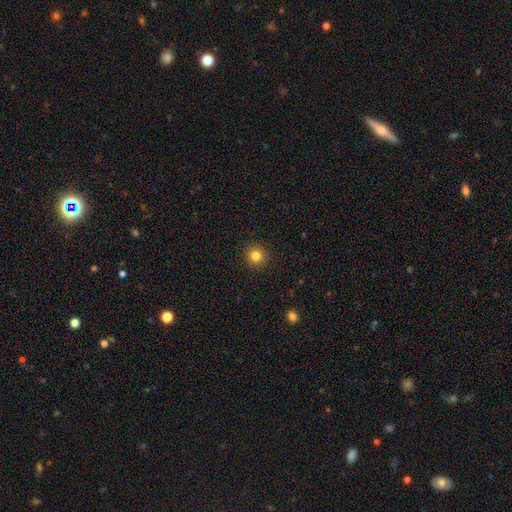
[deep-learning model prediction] Smooth or featured? smooth (82%)
How rounded? round (93%)
Merging? none (92%)